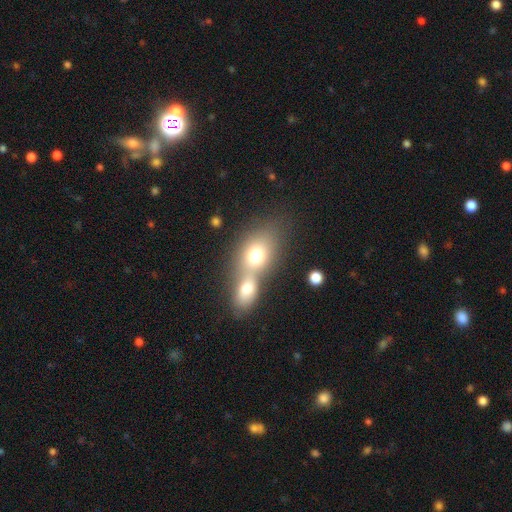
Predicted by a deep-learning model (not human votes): This appears to be a smooth galaxy with no disk features (72%) that is in between round and cigar-shaped (62%). Merging: merger (67%).